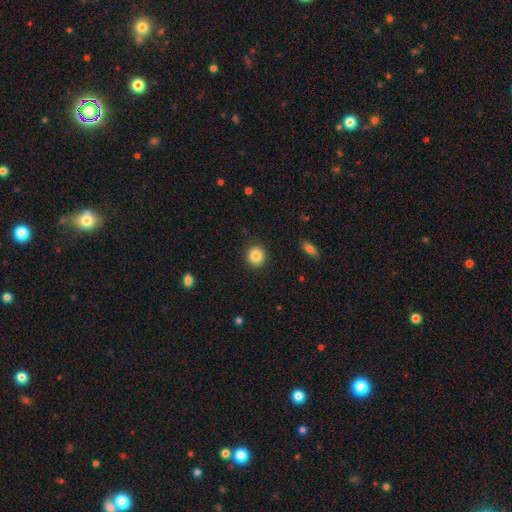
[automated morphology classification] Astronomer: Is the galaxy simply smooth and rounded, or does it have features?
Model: smooth — 86%.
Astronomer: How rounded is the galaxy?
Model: round — 88%.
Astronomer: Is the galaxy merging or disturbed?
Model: none — 91%.